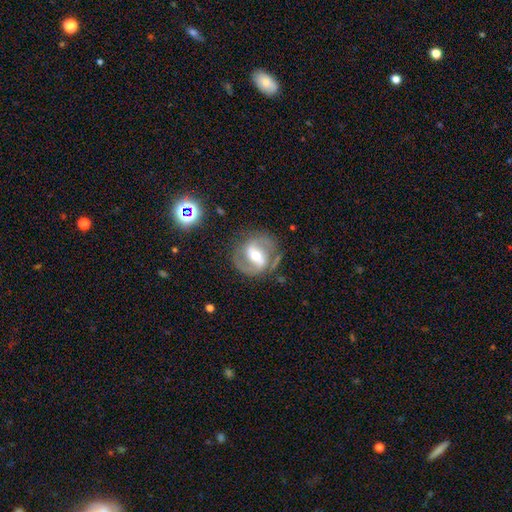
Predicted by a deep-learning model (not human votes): A featured or disk galaxy (84%) with a strong bar (48%), 2 (89%) medium (54%) spiral arms (91%) and a moderate central bulge (66%).

Vote fractions:
- Smooth or featured? featured or disk: 84% / smooth: 11% / star or artifact: 6%
- Edge-on disk? no: 97% / yes: 3%
- Bar? strong: 48% / weak: 35% / no: 16%
- Spiral arms? yes: 91% / no: 9%
- Spiral winding? medium: 54% / tight: 25% / loose: 21%
- Spiral arm count? 2: 89% / can't tell: 5% / 1: 3% / 3: 1% / 4: 1% / more than 4: 1%
- Bulge size? moderate: 66% / small: 26% / large: 6% / dominant: 1% / none: 1%
- Merging? none: 77% / minor disturbance: 14% / major disturbance: 7% / merger: 3%